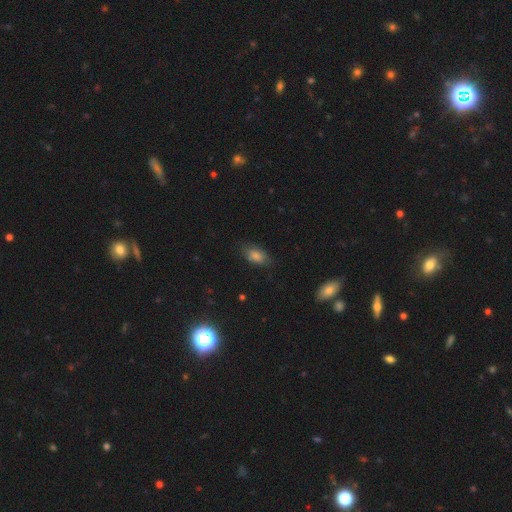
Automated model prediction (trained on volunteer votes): Smooth or featured? smooth (75%)
How rounded? in between (89%)
Merging? none (72%)